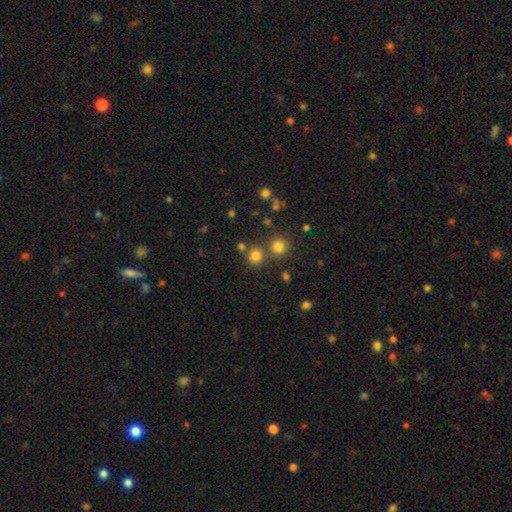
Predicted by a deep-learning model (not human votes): Q: Smooth or featured?
A: smooth (76%); runner-up: star or artifact (18%)
Q: How rounded?
A: round (90%); runner-up: in between (9%)
Q: Merging?
A: none (71%); runner-up: merger (19%)